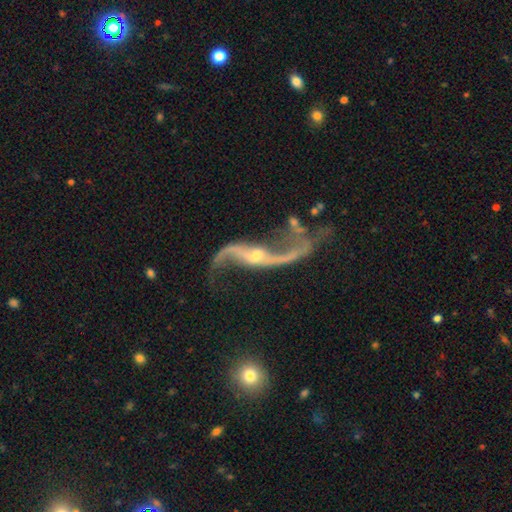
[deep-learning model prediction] This is clearly a featured or disk galaxy (91%). It is clearly not viewed edge-on (88%). Bar: possibly no (47%). Spiral arm pattern: clearly yes (96%). Spiral arm count: clearly 2 (93%). Spiral winding: clearly loose (93%). Central bulge: likely small (61%). Merging: possibly none (56%).